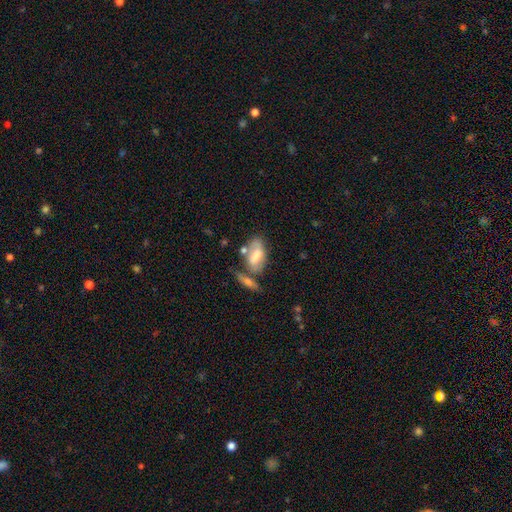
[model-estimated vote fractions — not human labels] smooth 56%, featured or disk 37%, star or artifact 7%. Down the decision tree: how rounded — in between (89%); merging — none (41%).